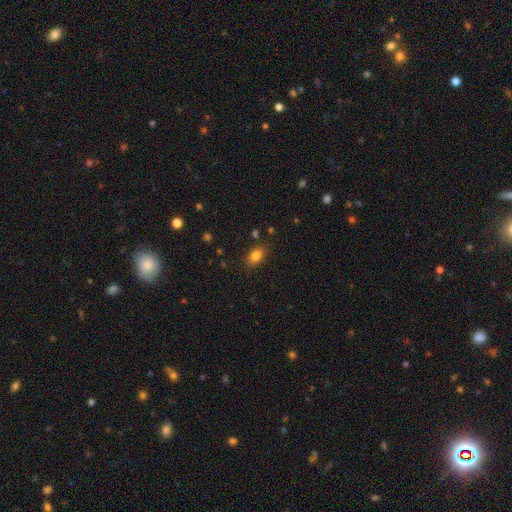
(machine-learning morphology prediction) Smooth or featured? Predicted: smooth (p=0.81). How rounded? Predicted: in between (p=0.80). Merging? Predicted: none (p=0.82).